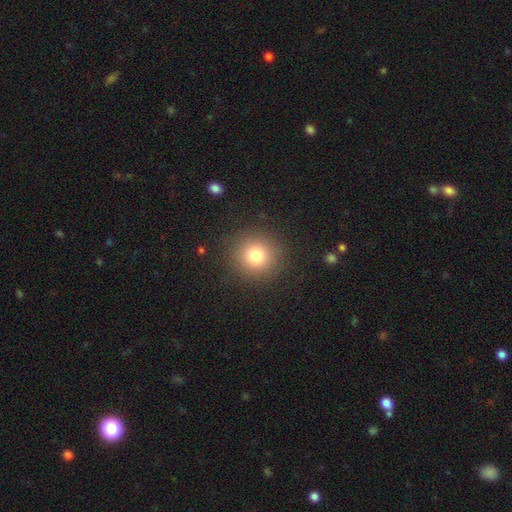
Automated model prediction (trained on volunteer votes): smooth 78%, star or artifact 13%, featured or disk 9%. Down the decision tree: how rounded — round (93%); merging — none (90%).